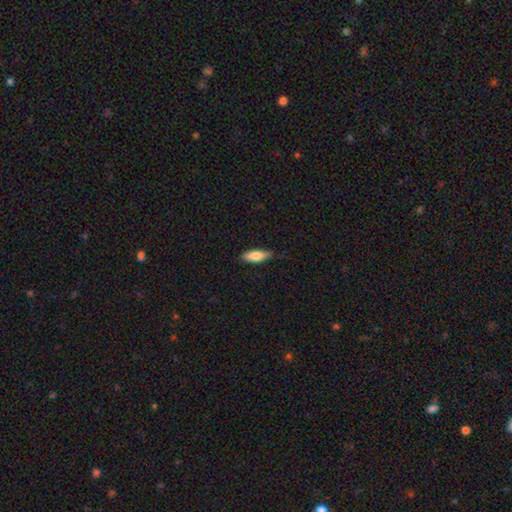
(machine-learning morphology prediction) smooth_or_featured: smooth (p=0.77) [alt: featured or disk p=0.17]
how_rounded: in between (p=0.62) [alt: cigar-shaped p=0.36]
merging: none (p=0.77) [alt: minor disturbance p=0.19]